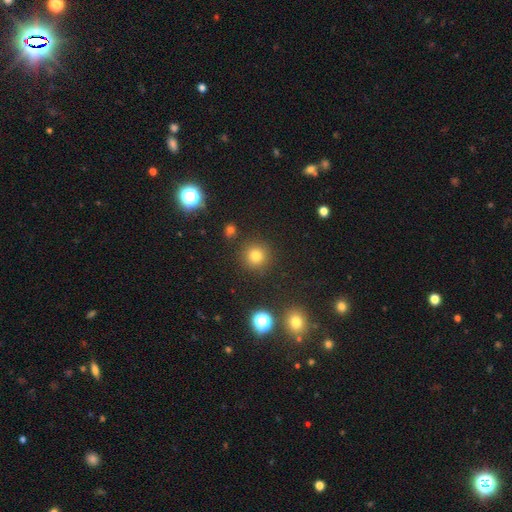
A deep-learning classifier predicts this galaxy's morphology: Q: Smooth or featured?
A: smooth (76%); runner-up: star or artifact (18%)
Q: How rounded?
A: round (94%); runner-up: in between (5%)
Q: Merging?
A: none (89%); runner-up: minor disturbance (6%)